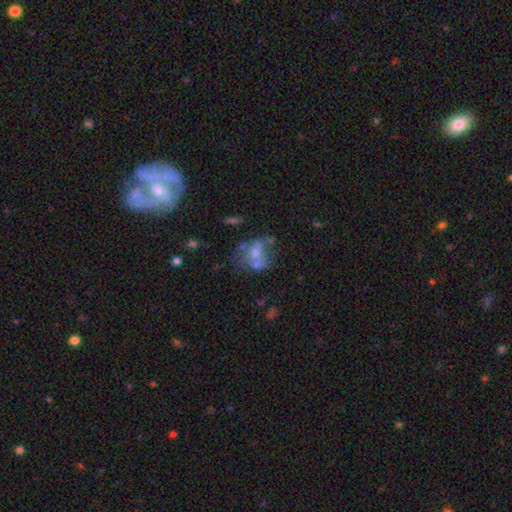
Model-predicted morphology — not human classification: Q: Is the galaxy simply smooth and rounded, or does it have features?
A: featured or disk — 47%.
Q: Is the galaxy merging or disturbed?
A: merger — 28%.